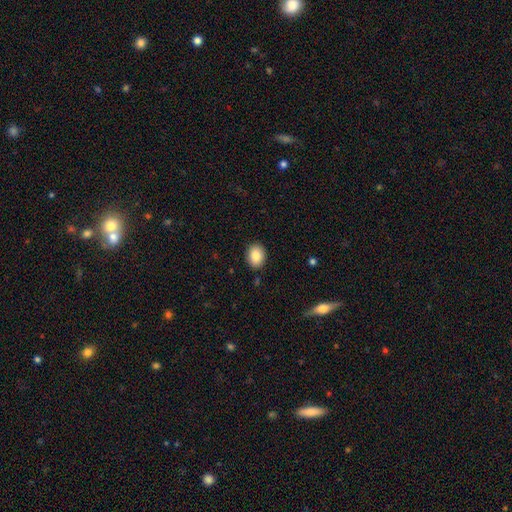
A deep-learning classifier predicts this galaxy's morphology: Overall: smooth (86%). How rounded: in between (58%; round 41%). Merging: none (89%).